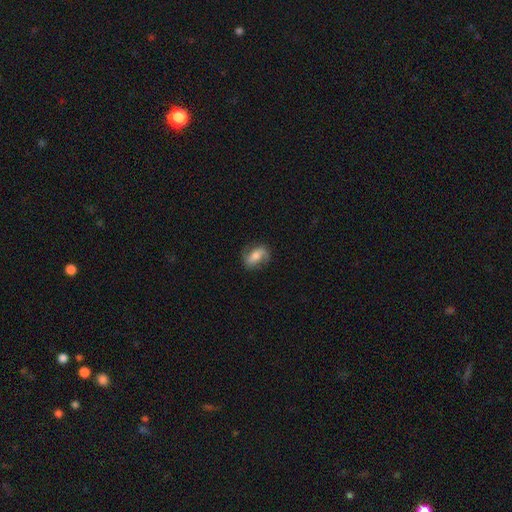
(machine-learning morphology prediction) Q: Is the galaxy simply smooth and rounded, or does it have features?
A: featured or disk — 60%.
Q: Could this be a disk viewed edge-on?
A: no — 93%.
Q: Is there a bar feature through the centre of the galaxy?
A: weak — 34%.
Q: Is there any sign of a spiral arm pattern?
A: yes — 86%.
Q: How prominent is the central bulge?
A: moderate — 54%.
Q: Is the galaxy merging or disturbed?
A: none — 76%.